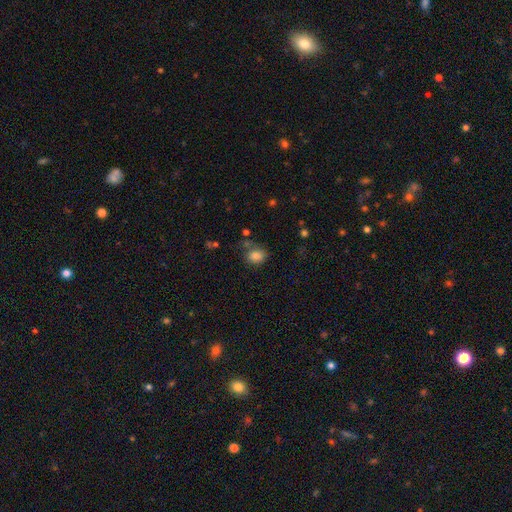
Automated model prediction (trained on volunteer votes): Q: Smooth or featured?
A: smooth (82%); runner-up: star or artifact (10%)
Q: How rounded?
A: in between (50%); runner-up: round (49%)
Q: Merging?
A: none (59%); runner-up: minor disturbance (23%)